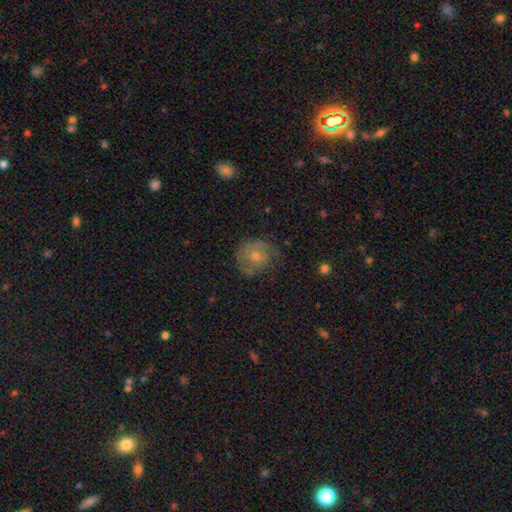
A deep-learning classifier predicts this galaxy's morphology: A featured or disk galaxy (60%) with no bar (79%), spiral arms (81%) and a small central bulge (50%). Merging: none (67%).